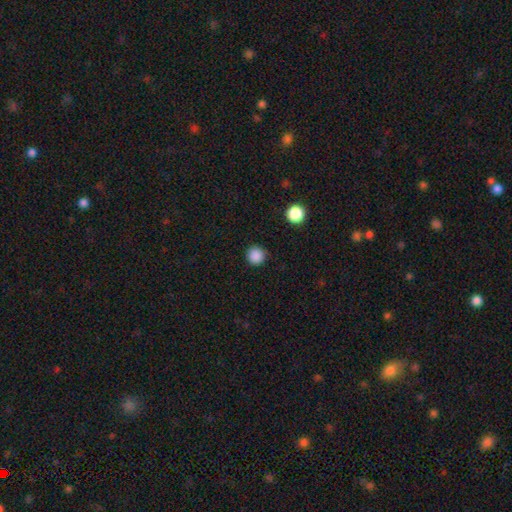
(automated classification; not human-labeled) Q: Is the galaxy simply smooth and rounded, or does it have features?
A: smooth — 87%.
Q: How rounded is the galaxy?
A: round — 95%.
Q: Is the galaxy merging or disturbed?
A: none — 90%.